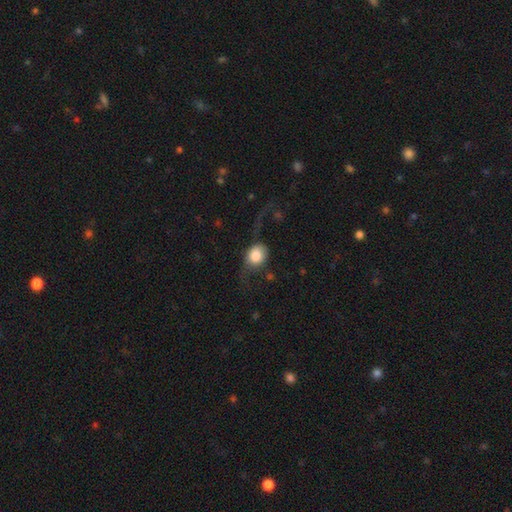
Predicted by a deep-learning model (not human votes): This is likely a smooth galaxy (70%). How rounded: possibly round (57%). Merging: marginally major disturbance (41%).